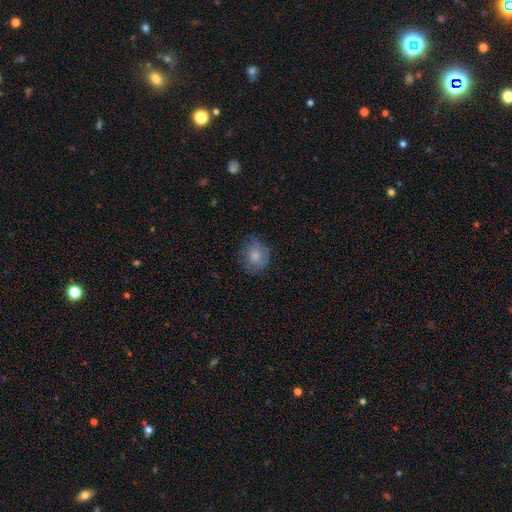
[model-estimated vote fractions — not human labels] Smooth or featured?
  - smooth: 78% *
  - featured or disk: 14%
  - star or artifact: 8%
How rounded?
  - round: 73% *
  - in between: 27%
  - cigar-shaped: 1%
Merging?
  - none: 69% *
  - minor disturbance: 24%
  - major disturbance: 6%
  - merger: 1%